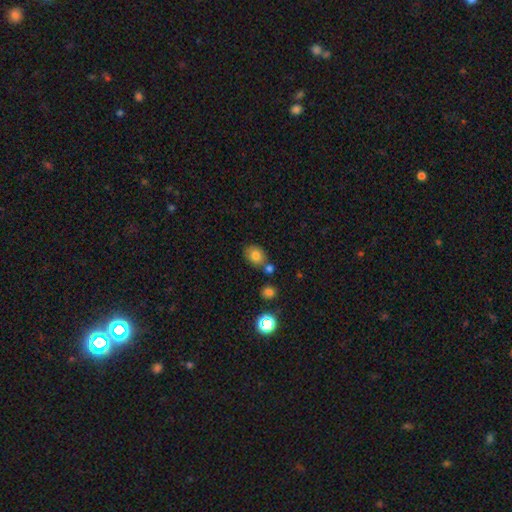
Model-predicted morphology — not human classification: smooth_or_featured: smooth (p=0.78) [alt: star or artifact p=0.12]
how_rounded: in between (p=0.50) [alt: round p=0.49]
merging: none (p=0.67) [alt: merger p=0.16]